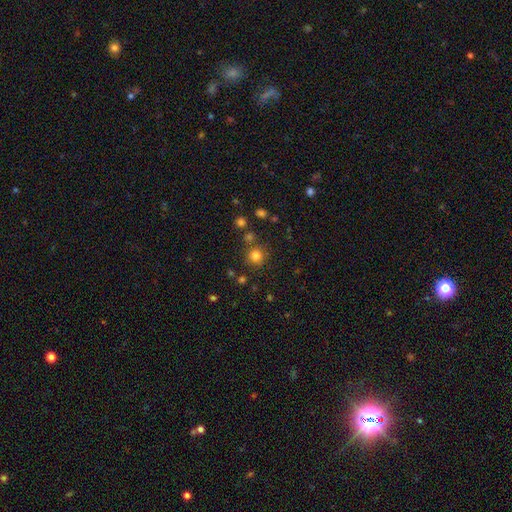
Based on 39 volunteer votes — Overall: smooth (95%). How rounded: round (89%). Merging: none (79%).